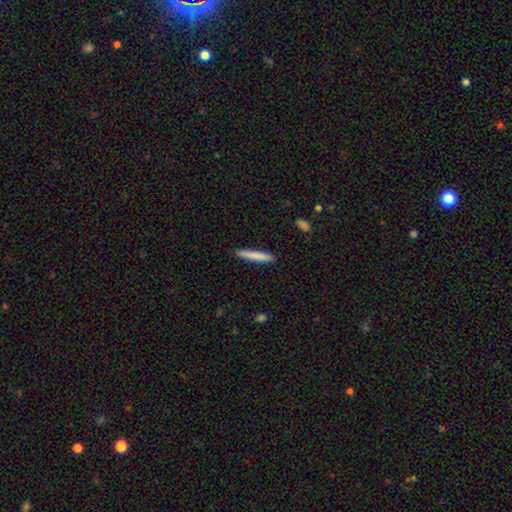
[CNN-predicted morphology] Smooth or featured: smooth — 79% (featured or disk — 15%)
How rounded: cigar-shaped — 95% (in between — 4%)
Merging: none — 89% (minor disturbance — 8%)